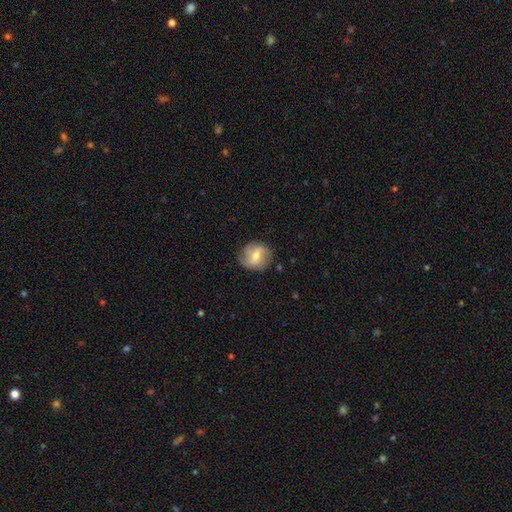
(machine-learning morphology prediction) This is possibly a smooth galaxy (53%). How rounded: clearly round (81%). Merging: likely none (78%).